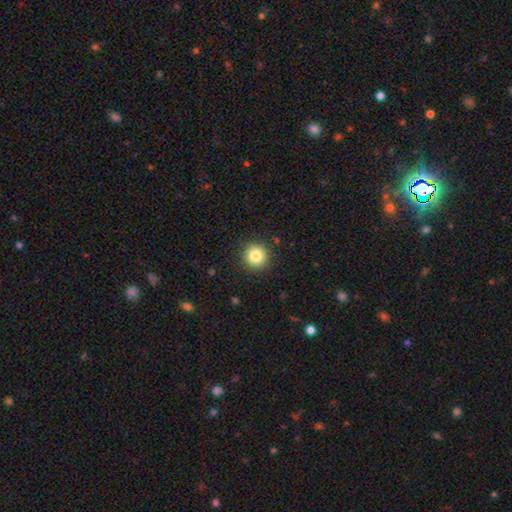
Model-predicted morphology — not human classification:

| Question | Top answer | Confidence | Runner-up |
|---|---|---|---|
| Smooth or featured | smooth | 84% | star or artifact (10%) |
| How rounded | round | 94% | in between (5%) |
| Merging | none | 91% | minor disturbance (6%) |